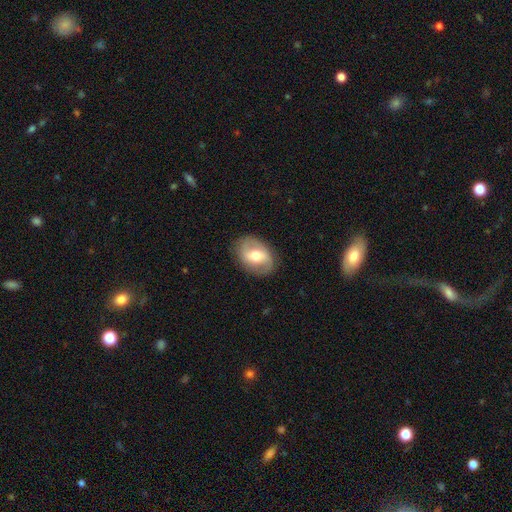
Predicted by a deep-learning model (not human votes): Overall: featured or disk (55%; smooth 38%). Edge-on disk: no (94%). Bar: weak (42%; no 29%). Spiral arms: yes (65%; no 35%). Bulge size: moderate (70%). Merging: none (82%).